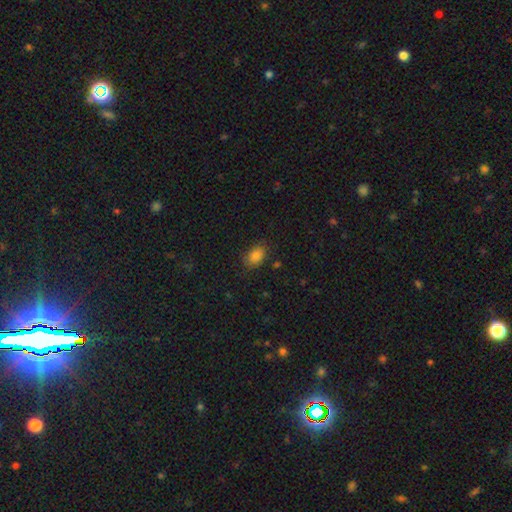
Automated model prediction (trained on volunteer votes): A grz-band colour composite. It shows a smooth galaxy with no disk features (84%) that is in between round and cigar-shaped (82%). Merging: none (80%).